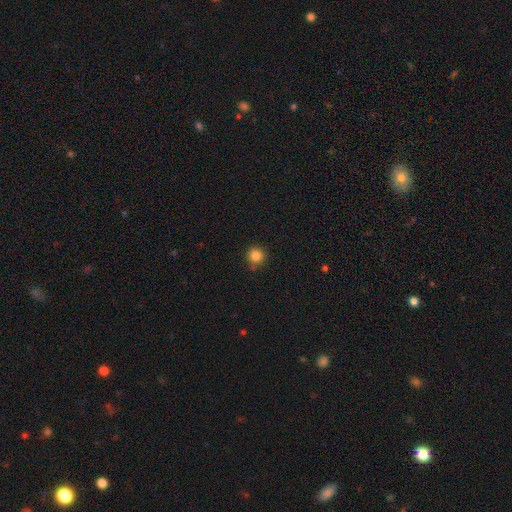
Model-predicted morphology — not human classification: A smooth galaxy with no disk features (84%) that is round (95%).

Vote fractions:
- Smooth or featured? smooth: 84% / star or artifact: 12% / featured or disk: 4%
- How rounded? round: 95% / in between: 4% / cigar-shaped: 1%
- Merging? none: 86% / minor disturbance: 9% / major disturbance: 2% / merger: 2%